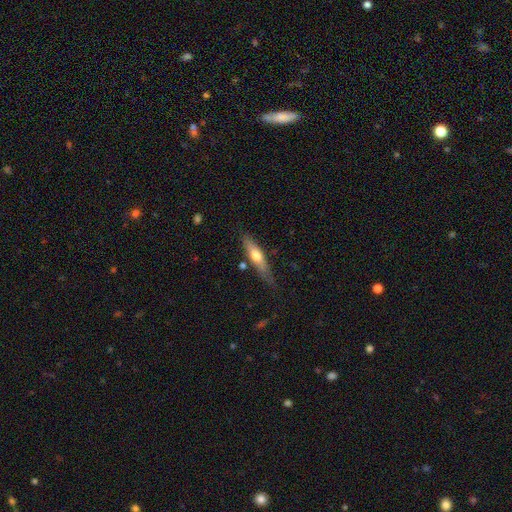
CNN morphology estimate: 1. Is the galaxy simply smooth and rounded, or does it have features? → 51% smooth, 43% featured or disk, 6% star or artifact.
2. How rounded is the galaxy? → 74% cigar-shaped, 24% in between, 2% round.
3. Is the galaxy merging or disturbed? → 69% none, 22% minor disturbance, 5% major disturbance, 4% merger.